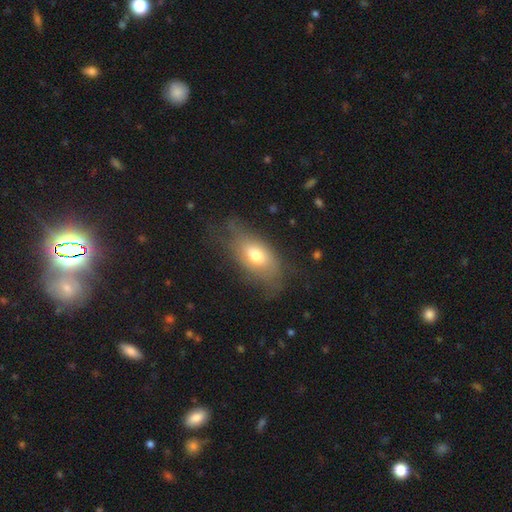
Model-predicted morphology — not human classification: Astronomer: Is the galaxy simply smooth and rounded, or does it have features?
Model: smooth — 65%.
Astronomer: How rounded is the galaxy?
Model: in between — 87%.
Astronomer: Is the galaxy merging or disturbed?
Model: none — 52% (runner-up: minor disturbance, 28%).